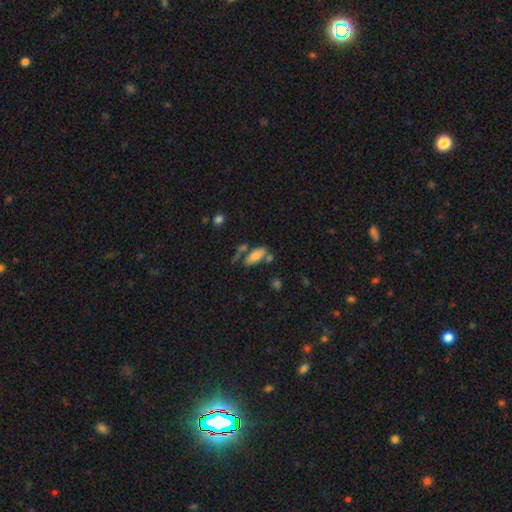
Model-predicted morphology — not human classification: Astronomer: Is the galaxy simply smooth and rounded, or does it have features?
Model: smooth — 76%.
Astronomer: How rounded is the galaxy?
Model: in between — 82%.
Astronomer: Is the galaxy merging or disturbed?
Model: none — 54%.